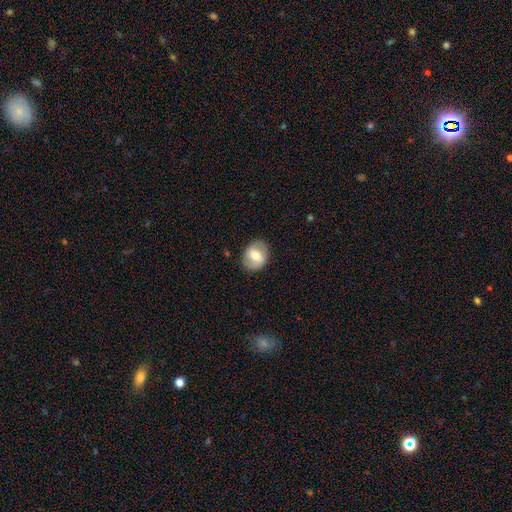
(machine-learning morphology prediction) This is possibly a smooth galaxy (55%). How rounded: possibly round (53%). Merging: clearly none (83%).